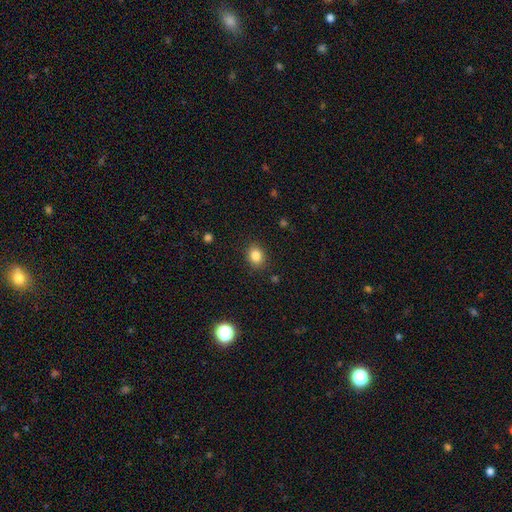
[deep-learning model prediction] Morphology: type=smooth (84%); roundness=round (53%); merging=none (87%).